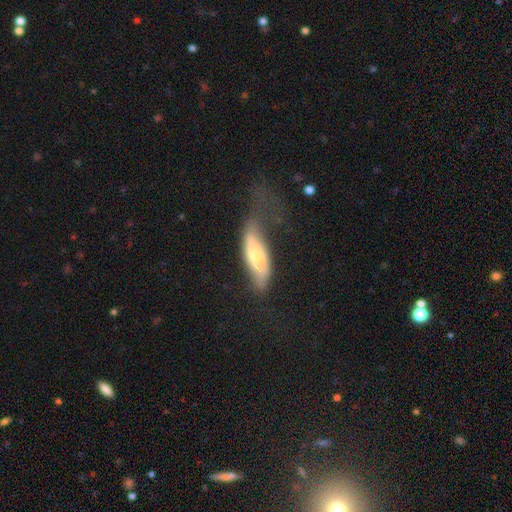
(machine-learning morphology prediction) Smooth or featured? Predicted: smooth (p=0.52). How rounded? Predicted: in between (p=0.61). Merging? Predicted: major disturbance (p=0.38).